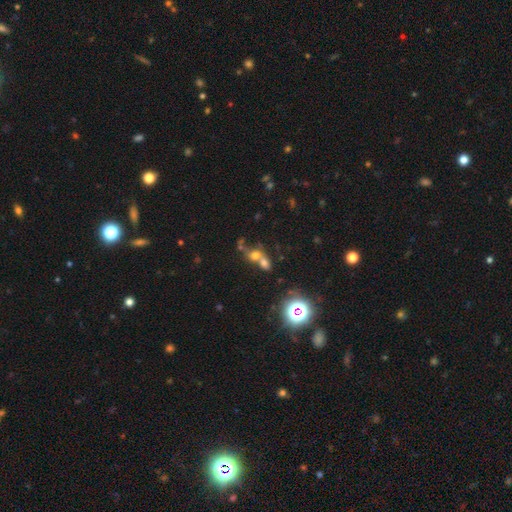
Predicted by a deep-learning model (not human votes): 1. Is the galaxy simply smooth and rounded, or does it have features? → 56% smooth, 24% star or artifact, 20% featured or disk.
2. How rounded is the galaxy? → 56% round, 41% in between, 3% cigar-shaped.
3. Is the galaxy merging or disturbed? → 65% merger, 23% none, 6% minor disturbance, 5% major disturbance.